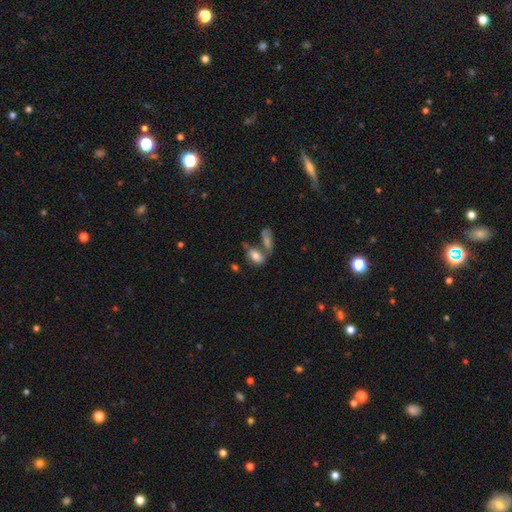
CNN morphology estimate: The model was most divided on "merging": none: 42%, merger: 37%, minor disturbance: 14%, major disturbance: 7%. More confident: how rounded — in between (87%); smooth or featured — smooth (75%).